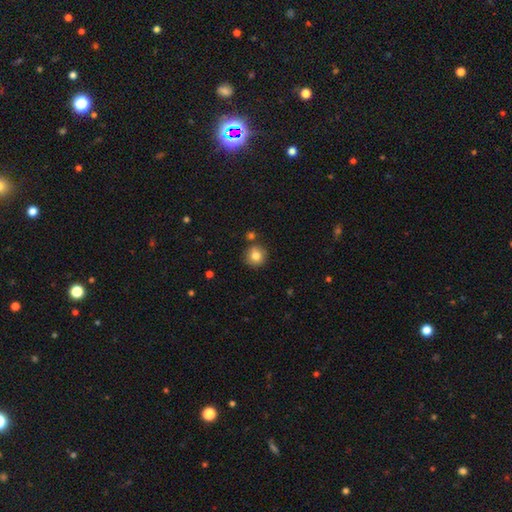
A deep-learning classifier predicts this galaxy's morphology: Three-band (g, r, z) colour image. It shows a smooth galaxy with no disk features (81%) that is round (92%). Merging: none (81%).